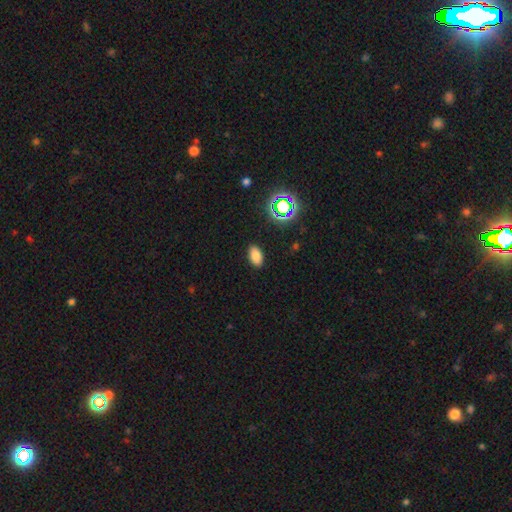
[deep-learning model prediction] smooth 78%, star or artifact 16%, featured or disk 6%. Down the decision tree: how rounded — in between (91%); merging — none (88%).